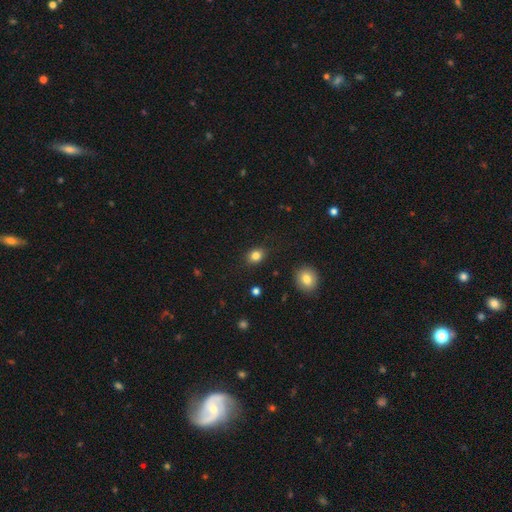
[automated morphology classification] Q: Smooth or featured?
A: smooth (83%); runner-up: star or artifact (11%)
Q: How rounded?
A: in between (50%); runner-up: round (48%)
Q: Merging?
A: none (87%); runner-up: minor disturbance (9%)